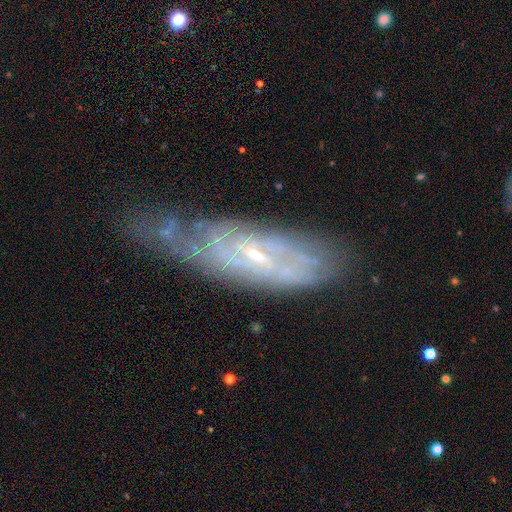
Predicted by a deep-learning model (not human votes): Smooth or featured? featured or disk (77%)
Edge-on disk? no (80%)
Bar? no (44%)
Spiral arms? yes (81%)
Spiral winding? tight (55%)
Spiral arm count? can't tell (55%)
Bulge size? small (77%)
Merging? none (51%)